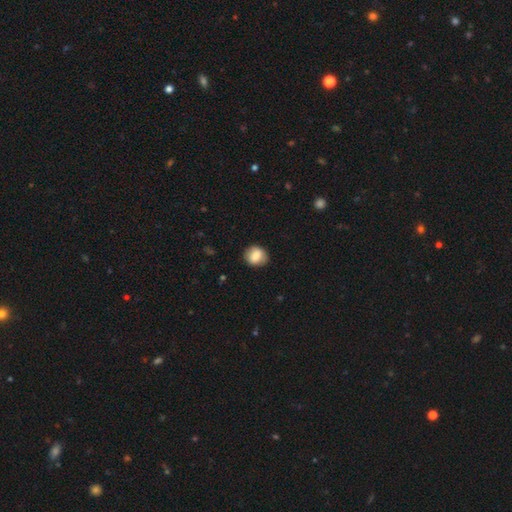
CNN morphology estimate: smooth_or_featured: smooth (p=0.82) [alt: featured or disk p=0.11]
how_rounded: round (p=0.71) [alt: in between p=0.28]
merging: none (p=0.84) [alt: minor disturbance p=0.12]